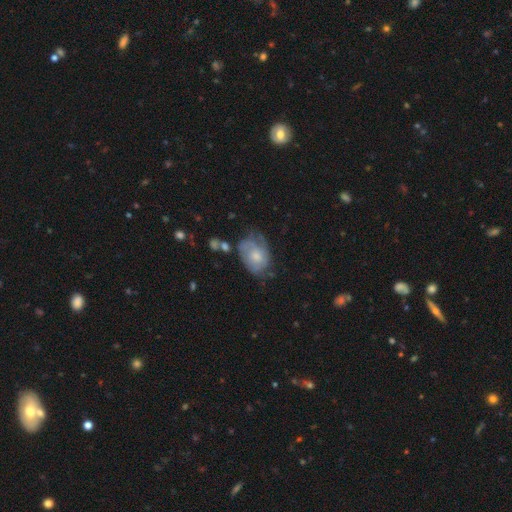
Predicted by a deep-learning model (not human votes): A smooth galaxy with no disk features (48%).

Vote fractions:
- Smooth or featured? smooth: 48% / featured or disk: 45% / star or artifact: 7%
- Merging? none: 40% / minor disturbance: 35% / major disturbance: 20% / merger: 5%